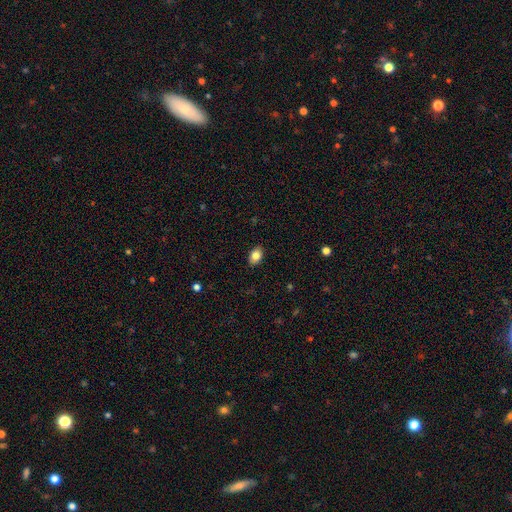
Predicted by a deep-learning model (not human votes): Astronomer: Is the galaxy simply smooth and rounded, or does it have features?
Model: smooth — 83%.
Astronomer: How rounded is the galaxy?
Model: in between — 81%.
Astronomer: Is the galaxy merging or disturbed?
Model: none — 88%.